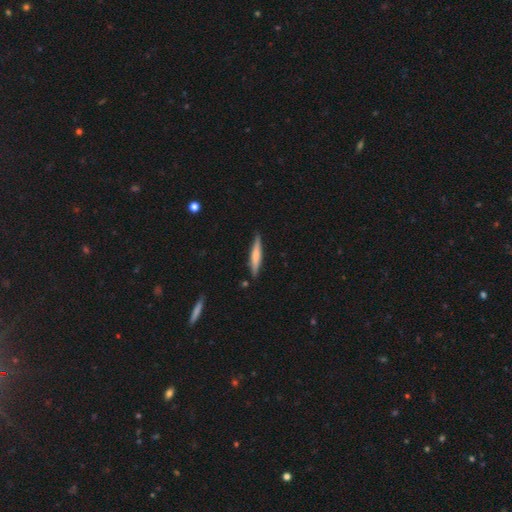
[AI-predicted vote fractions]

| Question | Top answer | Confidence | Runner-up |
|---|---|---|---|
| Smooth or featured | smooth | 57% | featured or disk (38%) |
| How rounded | cigar-shaped | 92% | in between (6%) |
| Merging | none | 88% | minor disturbance (9%) |